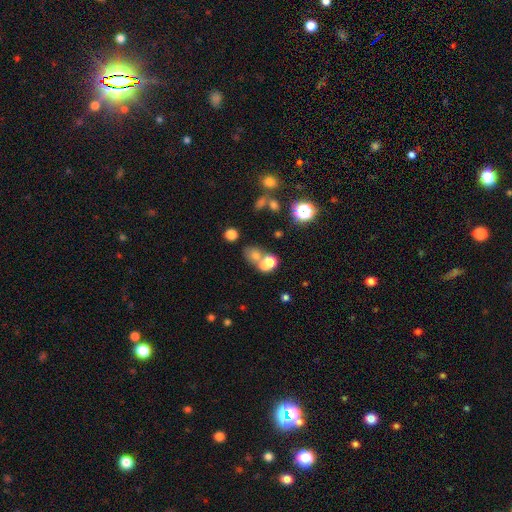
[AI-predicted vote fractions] Smooth or featured: smooth — 61% (featured or disk — 20%)
How rounded: round — 61% (in between — 38%)
Merging: merger — 56% (none — 31%)